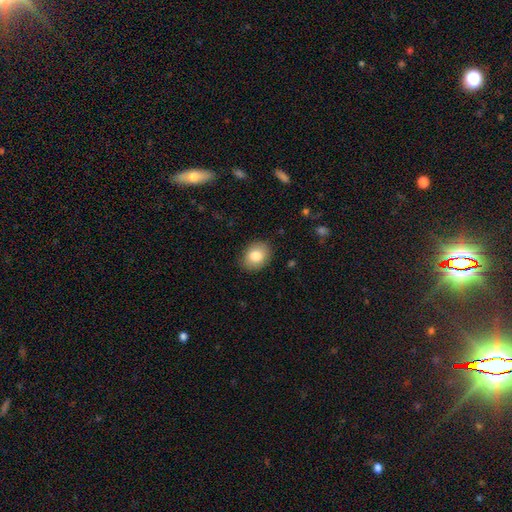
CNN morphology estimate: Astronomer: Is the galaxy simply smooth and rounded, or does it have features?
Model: smooth — 83%.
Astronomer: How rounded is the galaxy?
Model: in between — 60% (runner-up: round, 39%).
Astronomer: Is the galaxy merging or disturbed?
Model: none — 87%.